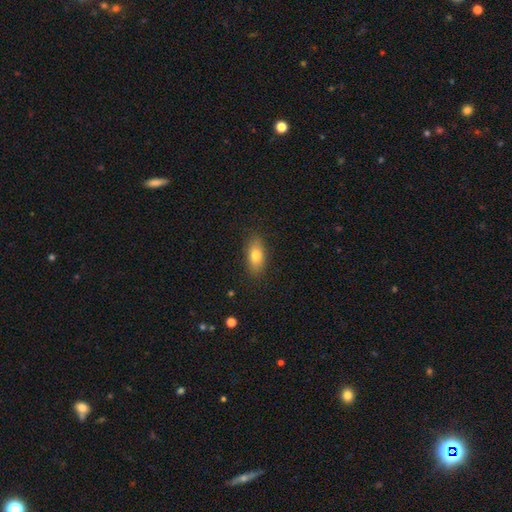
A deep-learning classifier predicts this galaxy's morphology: This appears to be a smooth galaxy with no disk features (78%) that is in between round and cigar-shaped (84%). Merging: none (85%).